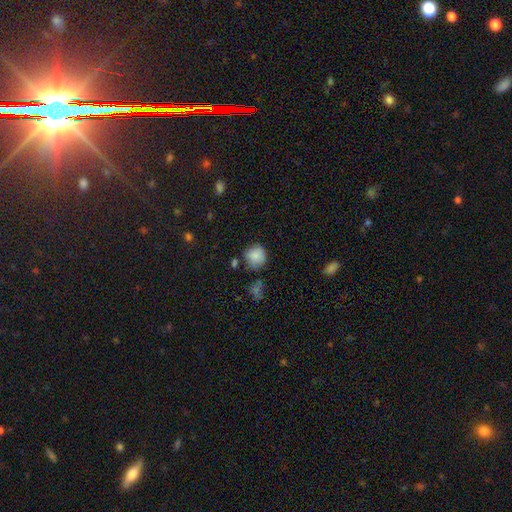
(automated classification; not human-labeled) Smooth or featured? smooth (84%)
How rounded? round (85%)
Merging? none (62%)